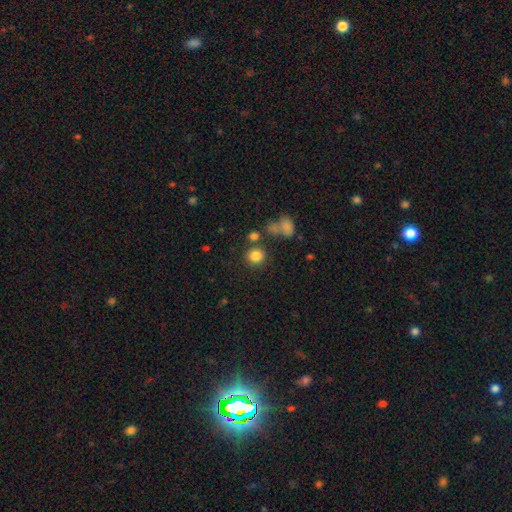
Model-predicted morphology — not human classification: Smooth or featured: smooth — 82% (star or artifact — 12%)
How rounded: round — 82% (in between — 17%)
Merging: none — 74% (merger — 11%)